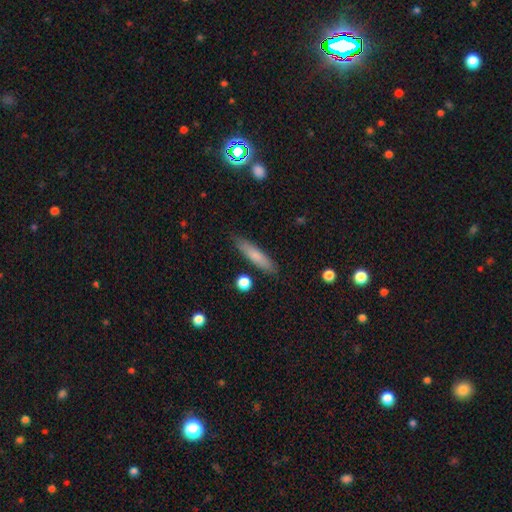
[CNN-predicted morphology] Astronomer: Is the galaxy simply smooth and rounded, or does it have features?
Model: smooth — 74%.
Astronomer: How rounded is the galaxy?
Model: cigar-shaped — 83%.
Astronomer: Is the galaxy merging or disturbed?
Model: none — 86%.